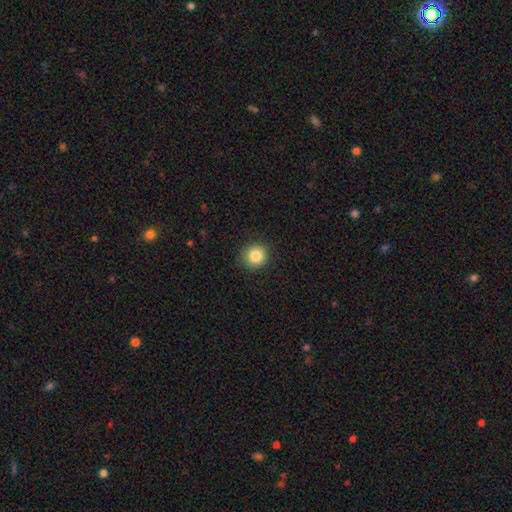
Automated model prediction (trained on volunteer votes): smooth 84%, star or artifact 10%, featured or disk 5%. Down the decision tree: how rounded — round (93%); merging — none (89%).